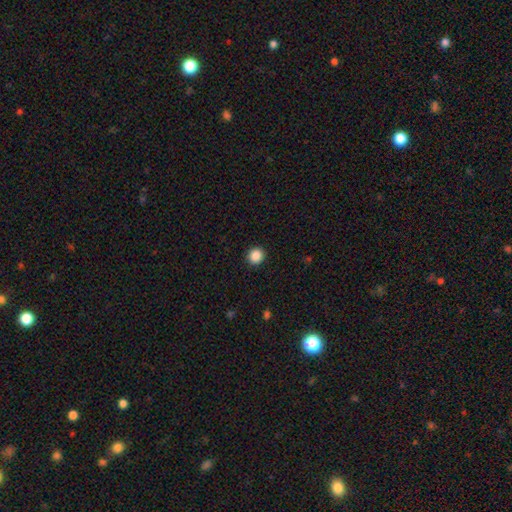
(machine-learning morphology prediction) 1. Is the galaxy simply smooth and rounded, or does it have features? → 88% smooth, 9% star or artifact, 2% featured or disk.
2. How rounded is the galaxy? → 90% round, 10% in between, 1% cigar-shaped.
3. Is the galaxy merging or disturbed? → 92% none, 5% minor disturbance, 2% major disturbance, 1% merger.